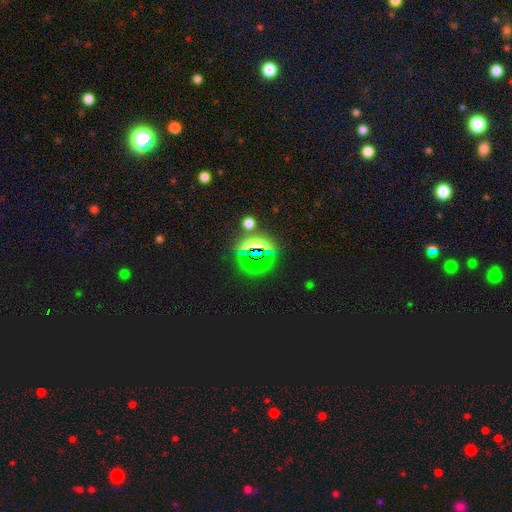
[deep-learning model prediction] star or artifact 77%, smooth 15%, featured or disk 8%.